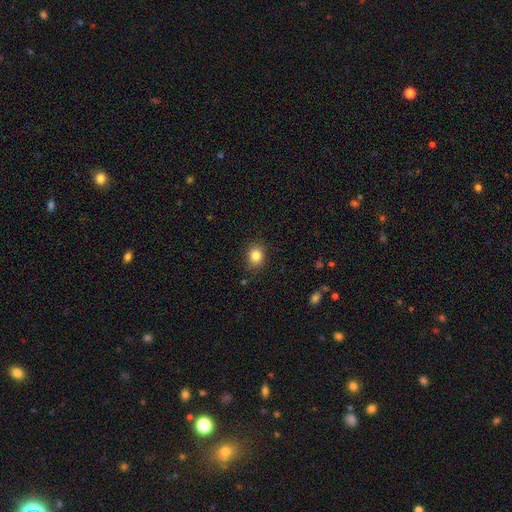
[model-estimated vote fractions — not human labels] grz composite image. It shows a smooth galaxy with no disk features (84%) that is round (62%). Merging: none (84%).